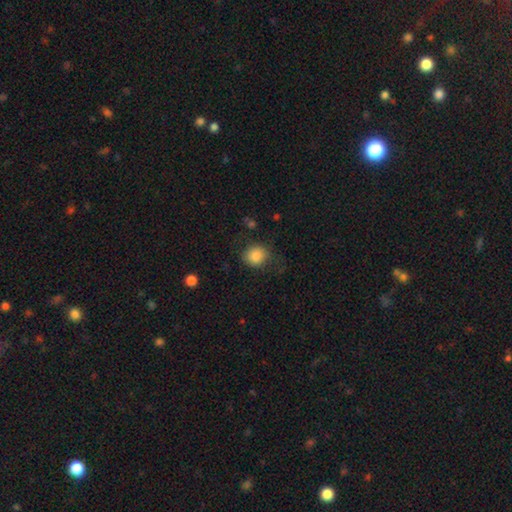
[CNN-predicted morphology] Overall: smooth (85%). How rounded: round (78%). Merging: none (76%).